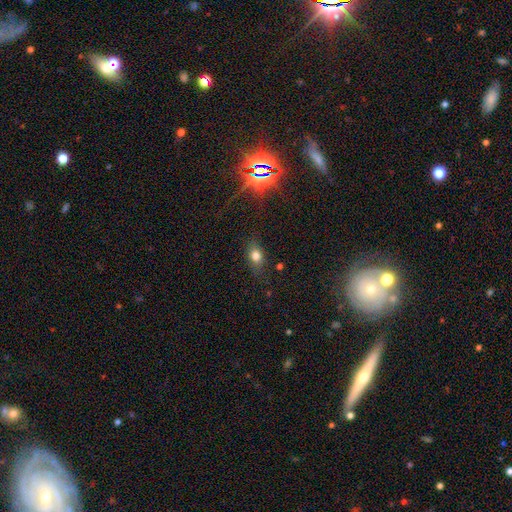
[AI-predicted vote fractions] Smooth or featured: smooth — 75% (star or artifact — 14%)
How rounded: in between — 73% (round — 22%)
Merging: none — 79% (minor disturbance — 15%)